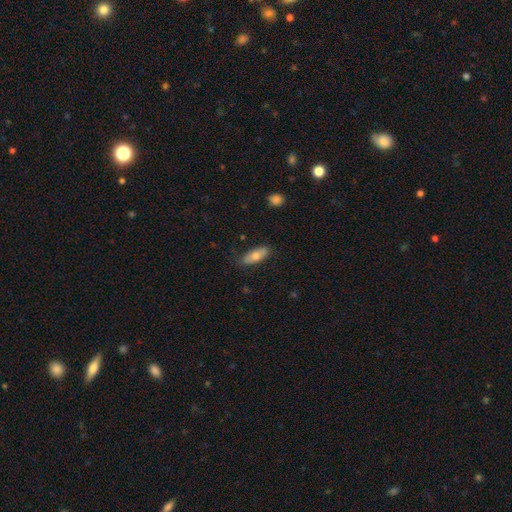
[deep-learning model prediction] This is likely a smooth galaxy (70%). How rounded: likely in between (74%). Merging: clearly none (81%).